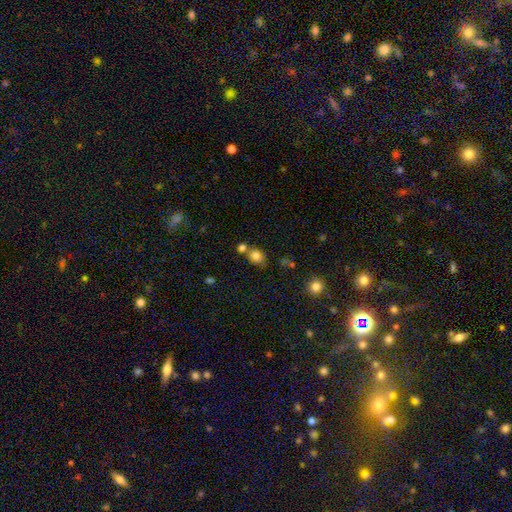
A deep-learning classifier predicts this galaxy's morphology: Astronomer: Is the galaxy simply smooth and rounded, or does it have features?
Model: smooth — 81%.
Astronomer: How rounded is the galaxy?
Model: round — 54% (runner-up: in between, 45%).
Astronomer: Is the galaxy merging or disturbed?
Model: none — 58%.